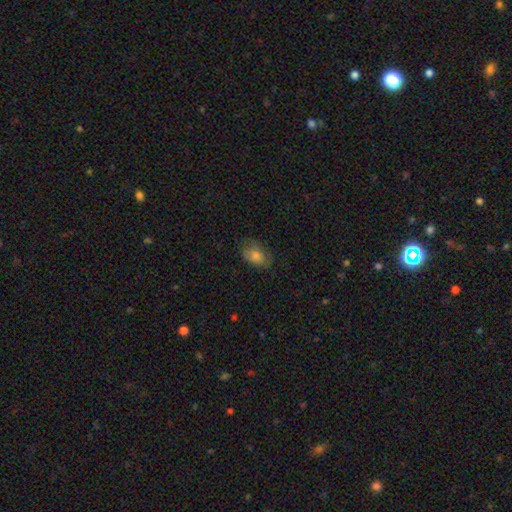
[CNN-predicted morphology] A smooth galaxy with no disk features (73%) that is in between round and cigar-shaped (84%).

Vote fractions:
- Smooth or featured? smooth: 73% / featured or disk: 17% / star or artifact: 10%
- How rounded? in between: 84% / round: 14% / cigar-shaped: 2%
- Merging? none: 68% / minor disturbance: 23% / major disturbance: 8% / merger: 1%